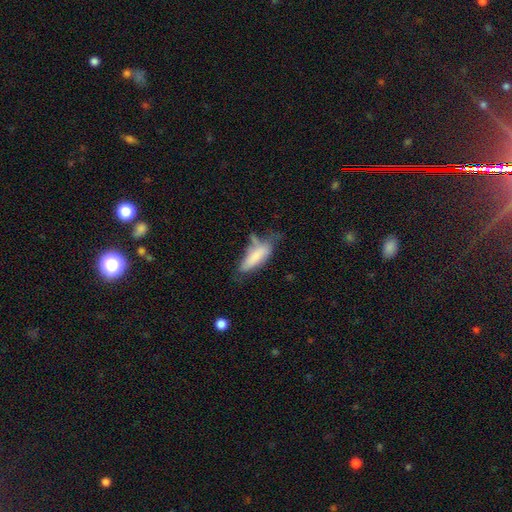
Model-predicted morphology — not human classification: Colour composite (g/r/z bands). It shows a smooth galaxy with no disk features (74%) that is in between round and cigar-shaped (59%). Merging: none (39%).